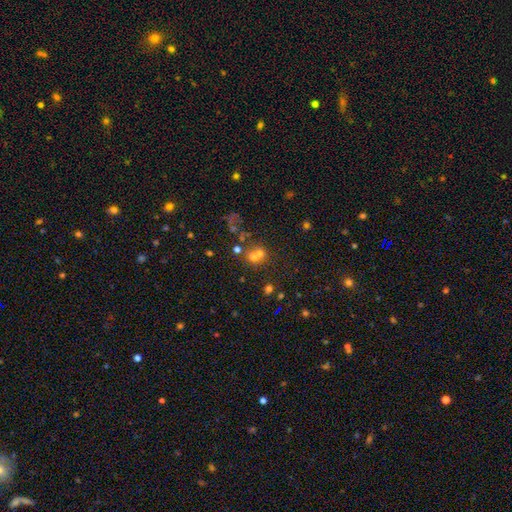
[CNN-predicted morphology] A smooth galaxy with no disk features (56%) that is round (79%).

Vote fractions:
- Smooth or featured? smooth: 56% / star or artifact: 23% / featured or disk: 21%
- How rounded? round: 79% / in between: 20% / cigar-shaped: 1%
- Merging? merger: 51% / none: 37% / minor disturbance: 7% / major disturbance: 5%